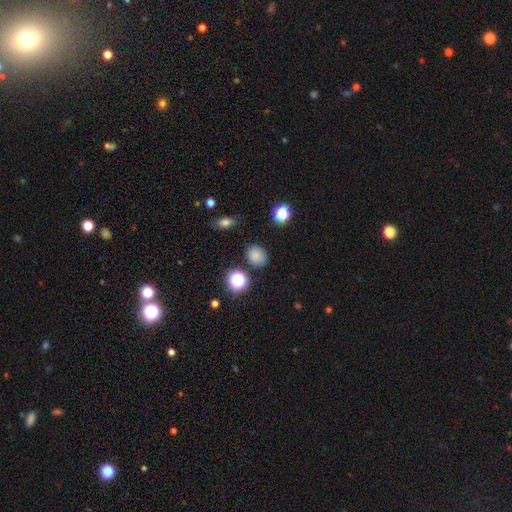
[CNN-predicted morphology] Overall: smooth (79%). How rounded: round (57%; in between 42%). Merging: none (81%).